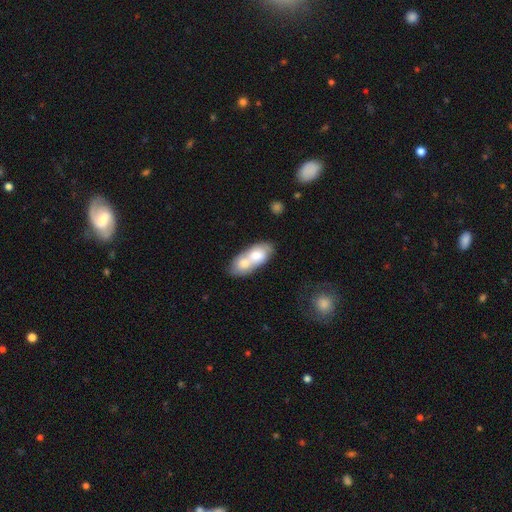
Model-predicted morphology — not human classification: Smooth or featured: smooth — 63% (featured or disk — 31%)
How rounded: in between — 80% (round — 12%)
Merging: merger — 76% (none — 14%)